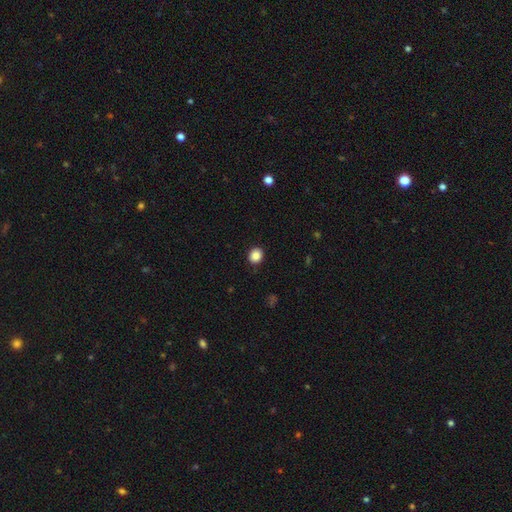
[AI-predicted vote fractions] smooth_or_featured: smooth (p=0.88) [alt: star or artifact p=0.09]
how_rounded: round (p=0.78) [alt: in between p=0.21]
merging: none (p=0.91) [alt: minor disturbance p=0.06]